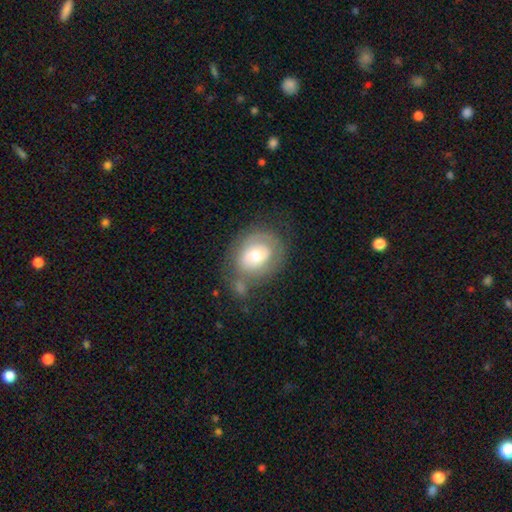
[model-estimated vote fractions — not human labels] featured or disk 51%, smooth 42%, star or artifact 7%. Down the decision tree: edge-on disk — no (95%); merging — none (56%).